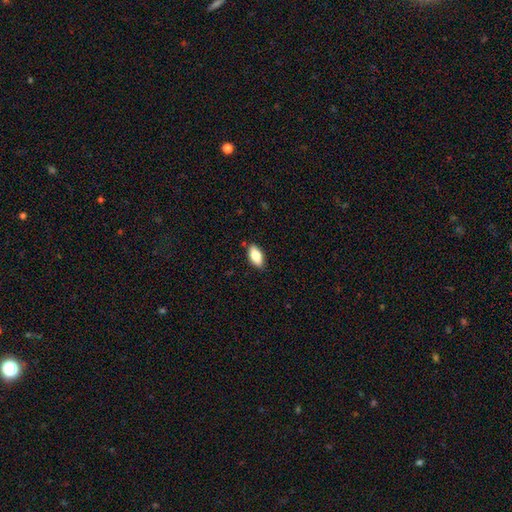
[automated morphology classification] This is clearly a smooth galaxy (81%). How rounded: clearly in between (89%). Merging: clearly none (85%).